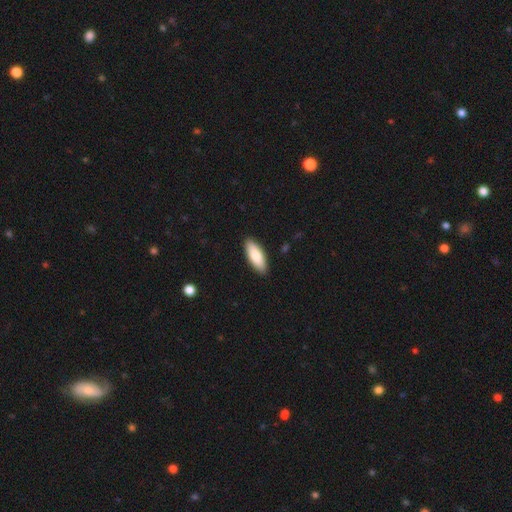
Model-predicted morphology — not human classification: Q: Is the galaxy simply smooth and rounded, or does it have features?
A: smooth — 81%.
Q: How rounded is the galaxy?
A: in between — 71%.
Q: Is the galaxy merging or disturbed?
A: none — 90%.